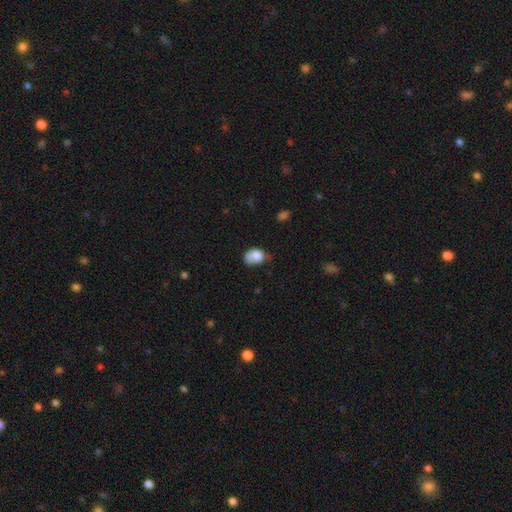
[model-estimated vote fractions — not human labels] Morphology: type=smooth (80%); roundness=in between (72%); merging=minor disturbance (41%).